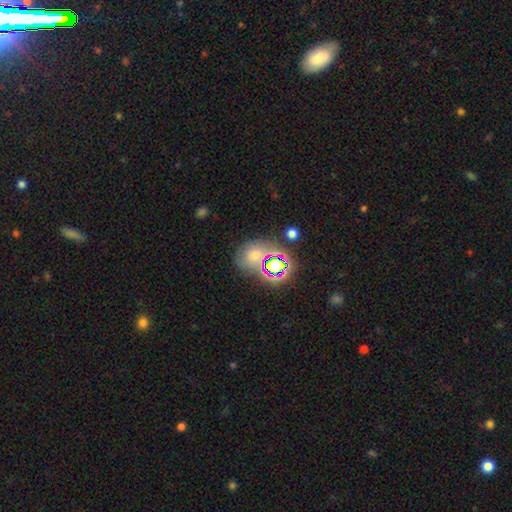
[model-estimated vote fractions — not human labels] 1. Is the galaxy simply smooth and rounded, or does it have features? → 47% star or artifact, 35% smooth, 18% featured or disk.